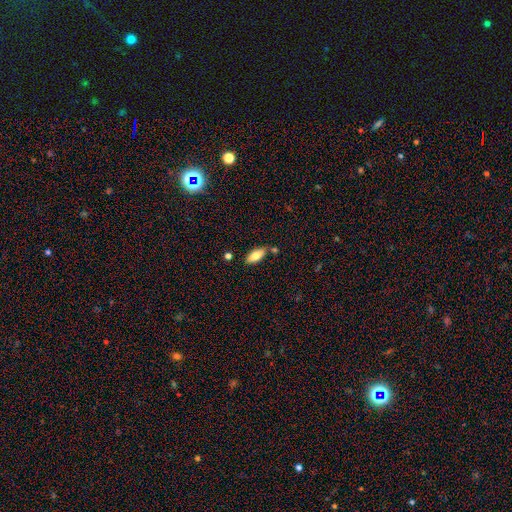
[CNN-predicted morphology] Smooth or featured? Predicted: smooth (p=0.76). How rounded? Predicted: in between (p=0.82). Merging? Predicted: none (p=0.77).